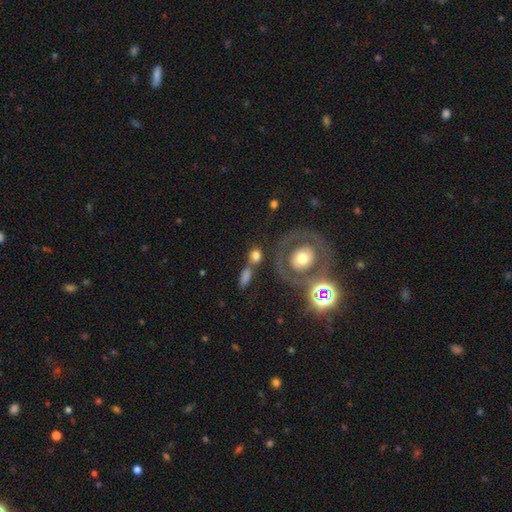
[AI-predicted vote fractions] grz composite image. It shows a smooth galaxy with no disk features (65%) that is round (58%). Merging: none (56%).